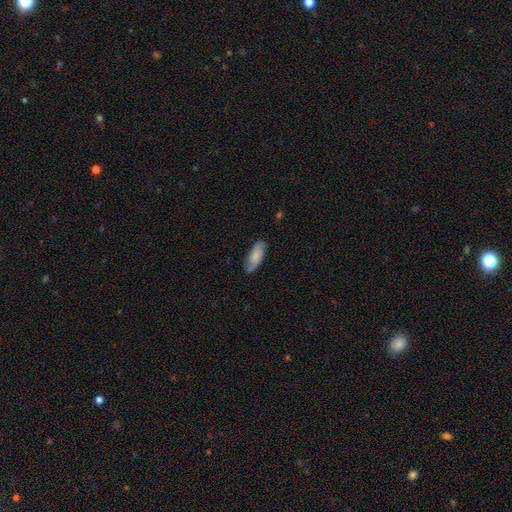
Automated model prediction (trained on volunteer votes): Overall: smooth (72%). How rounded: in between (73%). Merging: none (78%).